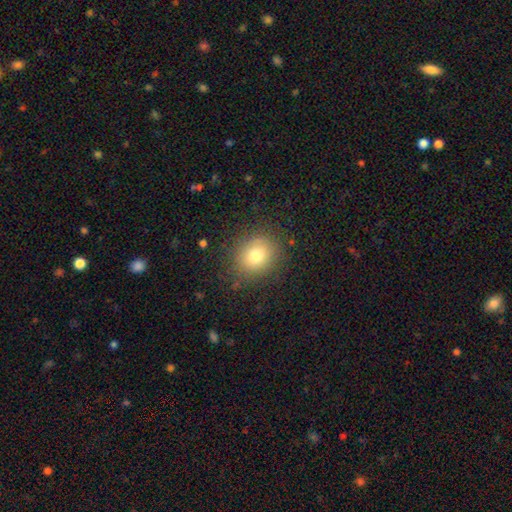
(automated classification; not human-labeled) This is likely a smooth galaxy (76%). How rounded: likely round (76%). Merging: clearly none (83%).